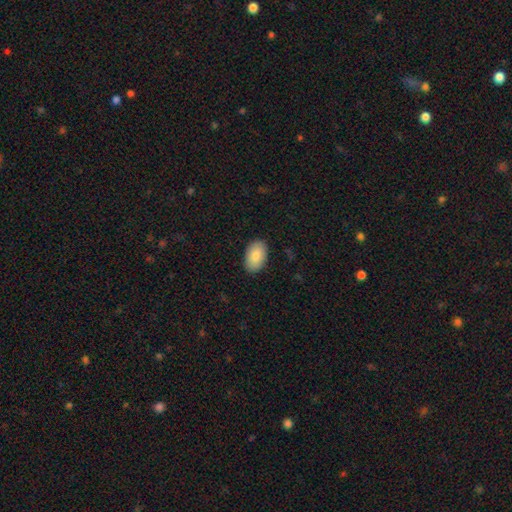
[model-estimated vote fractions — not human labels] This is clearly a smooth galaxy (86%). How rounded: clearly in between (93%). Merging: clearly none (88%).